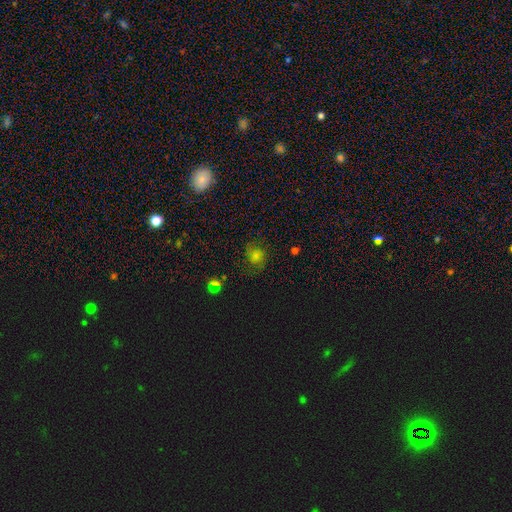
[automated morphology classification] type=smooth (45%); merging=none (72%).